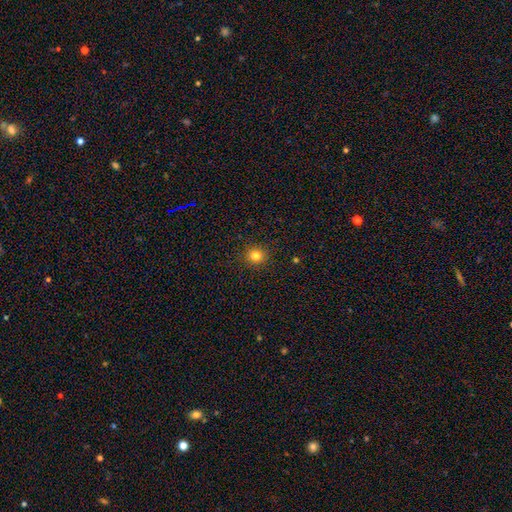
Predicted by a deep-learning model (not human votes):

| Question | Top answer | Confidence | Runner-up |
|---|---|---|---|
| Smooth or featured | smooth | 81% | star or artifact (13%) |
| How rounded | round | 88% | in between (11%) |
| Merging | none | 91% | minor disturbance (6%) |